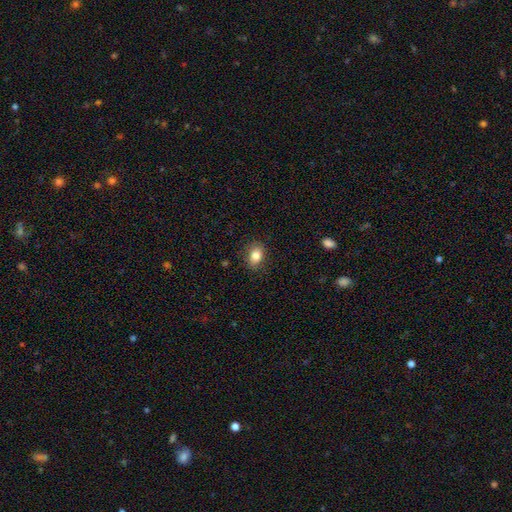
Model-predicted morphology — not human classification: The model was most divided on "how rounded": in between: 73%, round: 25%, cigar-shaped: 1%. More confident: merging — none (85%); smooth or featured — smooth (83%).